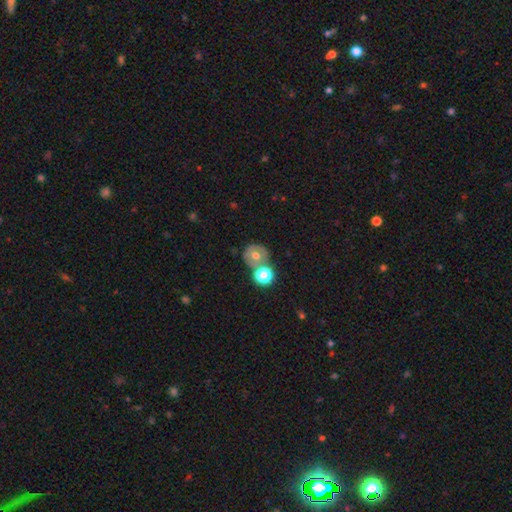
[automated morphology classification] Smooth or featured? Predicted: smooth (p=0.53). How rounded? Predicted: round (p=0.81). Merging? Predicted: none (p=0.53).